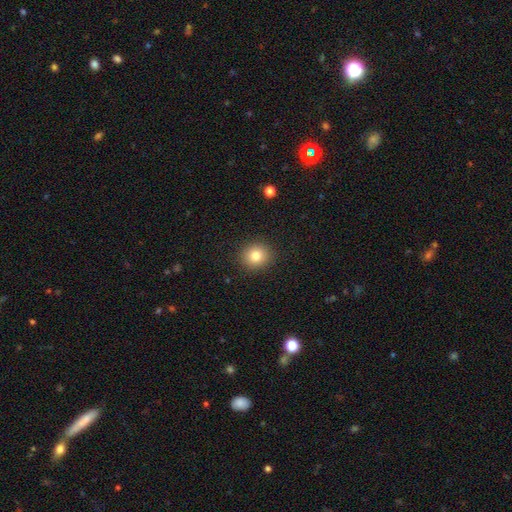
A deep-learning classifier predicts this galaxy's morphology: smooth-or-featured: smooth: 81% | star or artifact: 11% | featured or disk: 8%
  how-rounded: round: 86% | in between: 14% | cigar-shaped: 1%
  merging: none: 91% | minor disturbance: 6% | major disturbance: 2% | merger: 1%